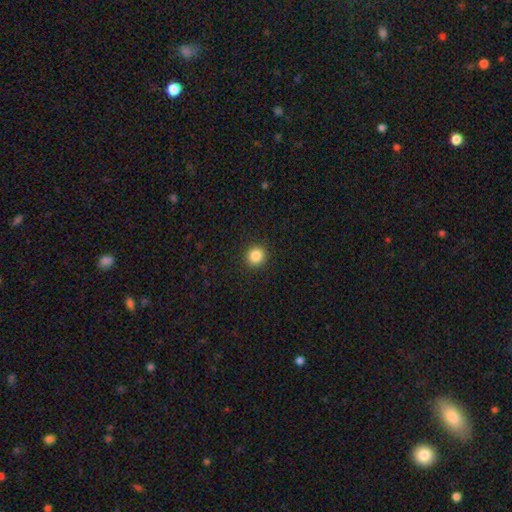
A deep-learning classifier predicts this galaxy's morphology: A smooth galaxy with no disk features (86%) that is round (92%). Merging: none (92%).